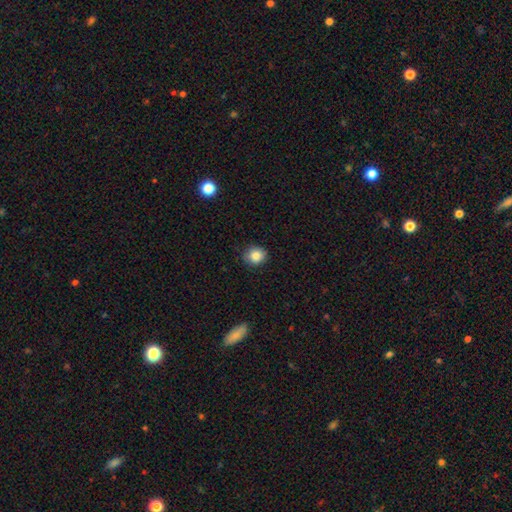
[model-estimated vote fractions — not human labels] Smooth or featured? smooth (85%)
How rounded? round (84%)
Merging? none (83%)